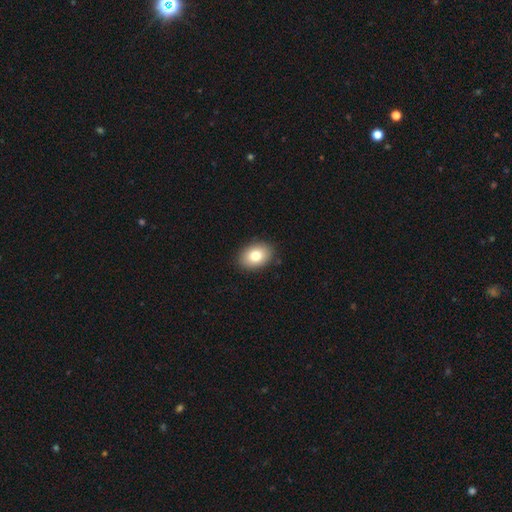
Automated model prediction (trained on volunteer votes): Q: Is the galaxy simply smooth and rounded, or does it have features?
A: smooth — 80%.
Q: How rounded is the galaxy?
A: in between — 78%.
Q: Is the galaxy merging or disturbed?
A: none — 89%.